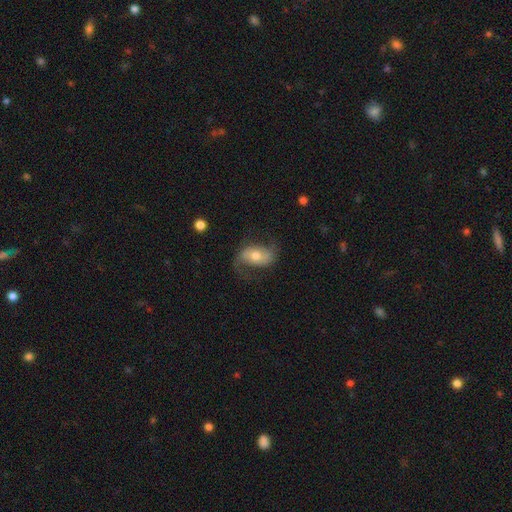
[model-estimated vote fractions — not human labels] Smooth or featured: featured or disk — 65% (smooth — 28%)
Edge-on disk: no — 96% (yes — 4%)
Bar: no — 54% (weak — 32%)
Spiral arms: yes — 87% (no — 13%)
Spiral winding: loose — 59% (medium — 32%)
Spiral arm count: 2 — 88% (can't tell — 5%)
Bulge size: moderate — 68% (small — 21%)
Merging: none — 63% (minor disturbance — 20%)